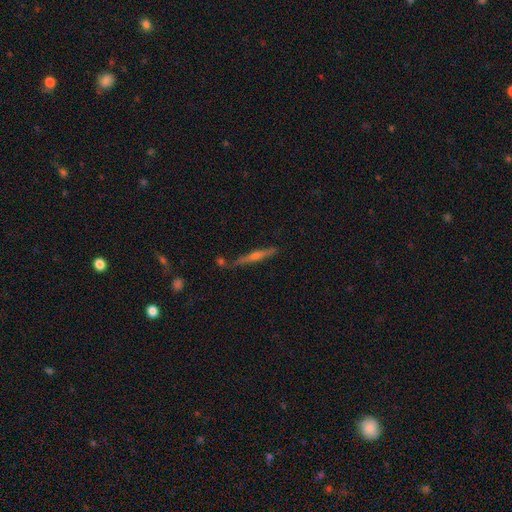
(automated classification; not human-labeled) Smooth or featured? featured or disk (62%)
Edge-on disk? yes (92%)
Edge-on bulge? rounded (75%)
Merging? none (78%)